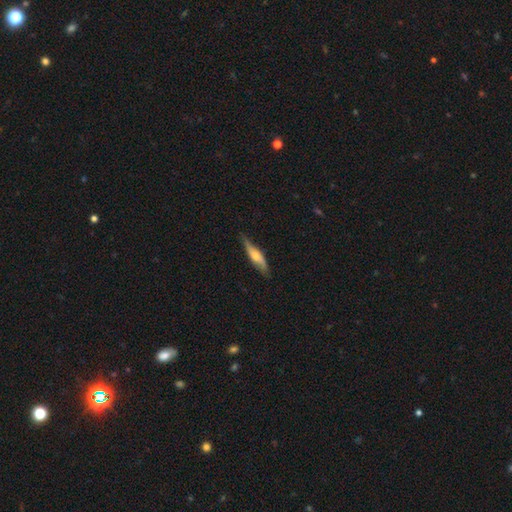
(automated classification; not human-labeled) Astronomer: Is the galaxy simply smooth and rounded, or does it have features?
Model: featured or disk — 50% (runner-up: smooth, 45%).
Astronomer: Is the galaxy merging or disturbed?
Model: none — 74%.